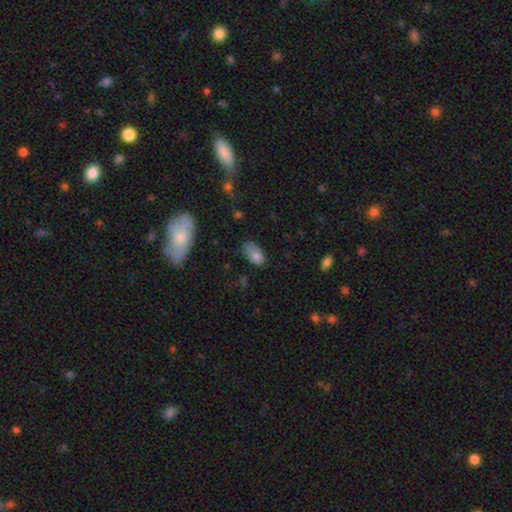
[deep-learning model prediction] Smooth or featured? smooth (80%)
How rounded? in between (91%)
Merging? none (53%)